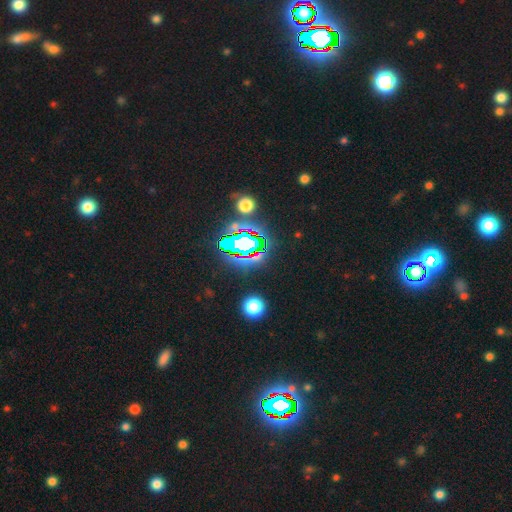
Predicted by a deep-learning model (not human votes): Smooth or featured: star or artifact — 66% (smooth — 21%)